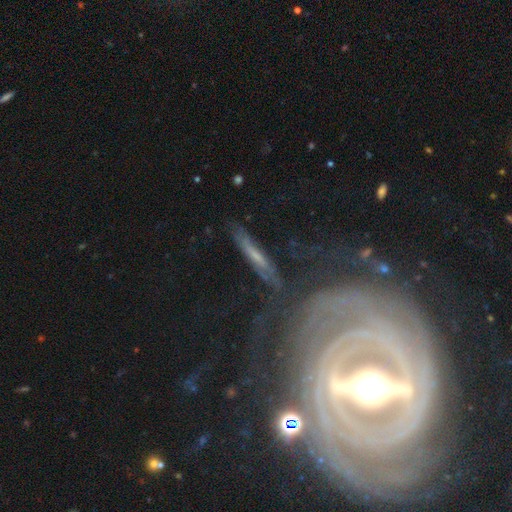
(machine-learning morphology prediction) Smooth or featured: featured or disk — 59% (smooth — 30%)
Edge-on disk: yes — 58% (no — 42%)
Merging: none — 69% (minor disturbance — 18%)